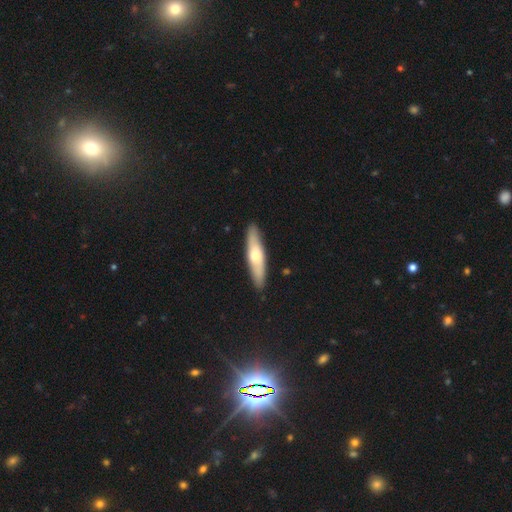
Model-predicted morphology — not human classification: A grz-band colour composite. It shows a smooth galaxy with no disk features (51%) that is cigar-shaped (78%). Merging: none (90%).